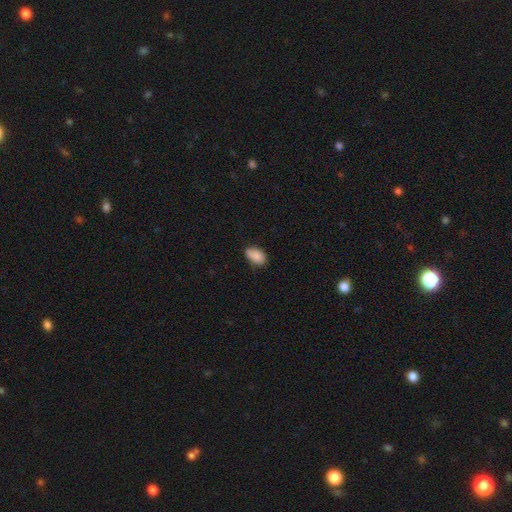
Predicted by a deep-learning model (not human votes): A smooth galaxy with no disk features (88%) that is in between round and cigar-shaped (92%).

Vote fractions:
- Smooth or featured? smooth: 88% / star or artifact: 7% / featured or disk: 4%
- How rounded? in between: 92% / round: 6% / cigar-shaped: 2%
- Merging? none: 74% / minor disturbance: 22% / major disturbance: 3% / merger: 1%